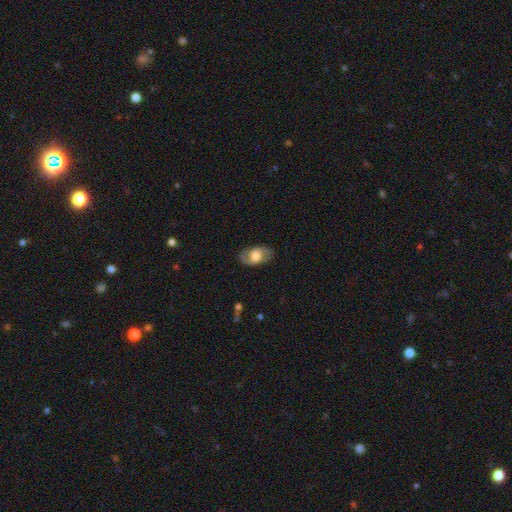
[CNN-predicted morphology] featured or disk 54%, smooth 40%, star or artifact 7%. Down the decision tree: edge-on disk — no (91%); merging — none (81%).